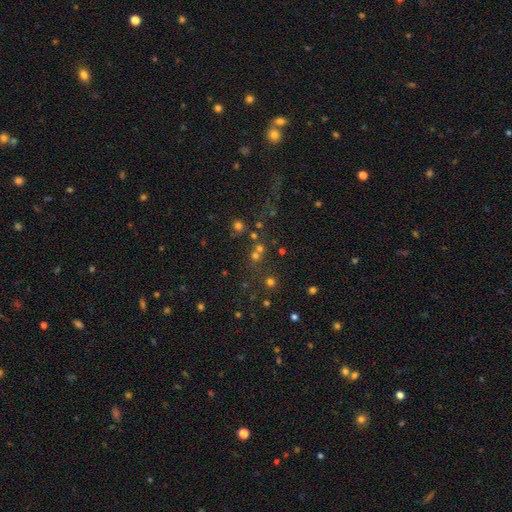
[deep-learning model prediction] Morphology: type=star or artifact (47%).